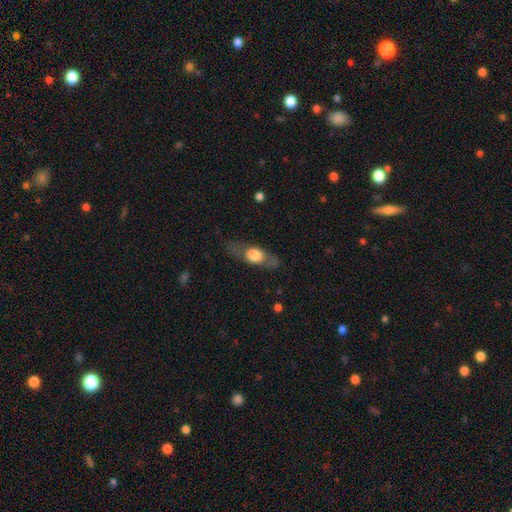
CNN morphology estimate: Overall: smooth (52%; featured or disk 41%). How rounded: in between (60%; cigar-shaped 28%). Merging: none (70%).